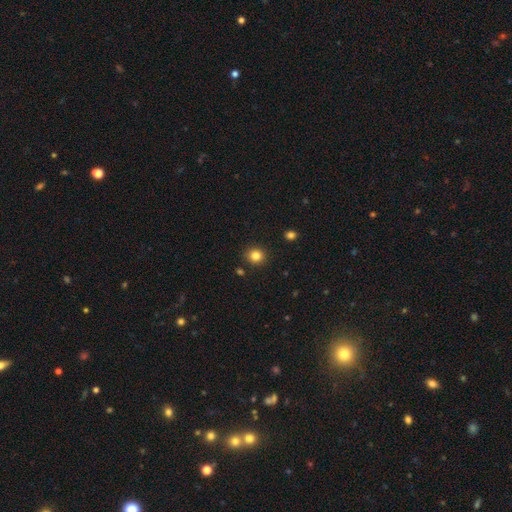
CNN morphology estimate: Smooth or featured? Predicted: smooth (p=0.83). How rounded? Predicted: round (p=0.86). Merging? Predicted: none (p=0.90).